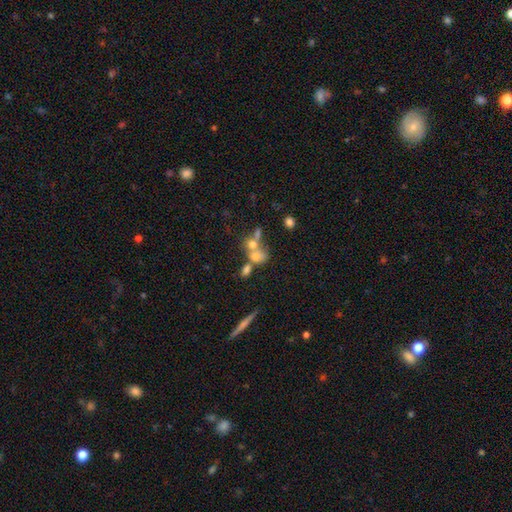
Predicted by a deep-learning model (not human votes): smooth-or-featured: smooth: 60% | featured or disk: 25% | star or artifact: 14%
  how-rounded: round: 51% | in between: 46% | cigar-shaped: 3%
  merging: merger: 58% | none: 27% | minor disturbance: 9% | major disturbance: 7%